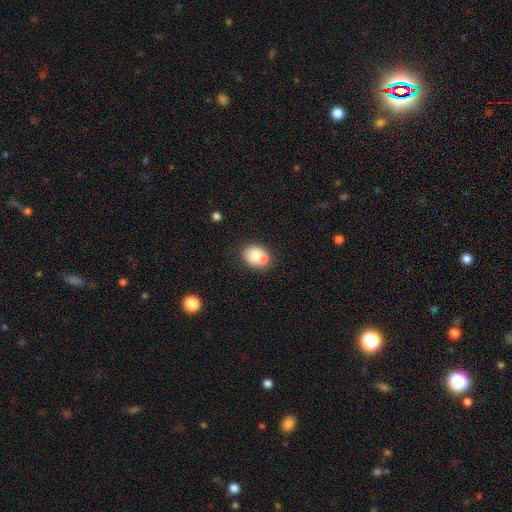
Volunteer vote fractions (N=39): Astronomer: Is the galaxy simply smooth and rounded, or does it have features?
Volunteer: smooth — 87%.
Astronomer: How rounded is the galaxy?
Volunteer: in between — 53% (runner-up: round, 47%).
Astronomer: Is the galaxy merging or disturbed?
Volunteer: none — 67%.